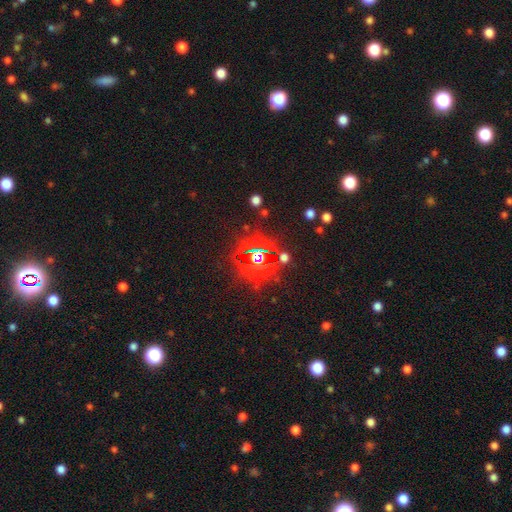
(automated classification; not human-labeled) The model was most divided on "smooth or featured": star or artifact: 78%, smooth: 12%, featured or disk: 9%.